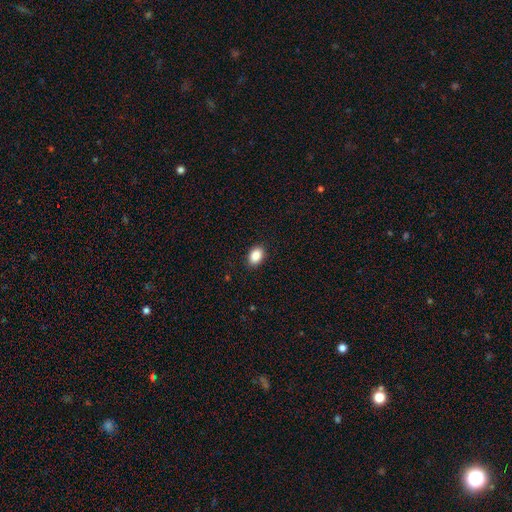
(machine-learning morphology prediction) Smooth or featured? Predicted: smooth (p=0.89). How rounded? Predicted: in between (p=0.80). Merging? Predicted: none (p=0.89).